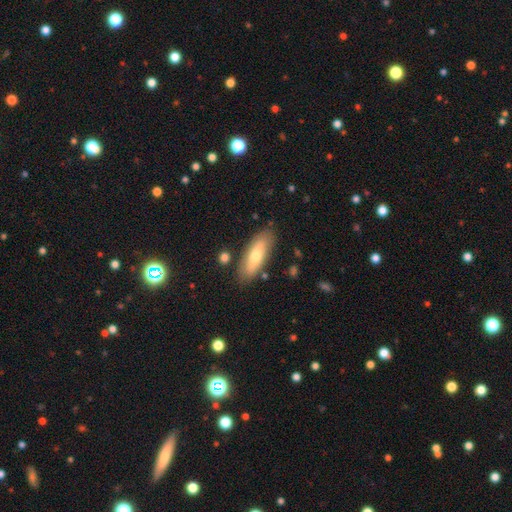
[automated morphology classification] The model was most divided on "how rounded": in between: 64%, cigar-shaped: 33%, round: 2%. More confident: merging — none (82%); smooth or featured — smooth (62%).